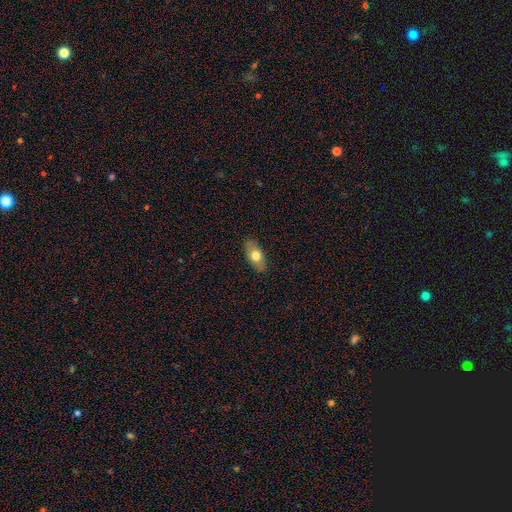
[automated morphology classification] This is likely a smooth galaxy (68%). How rounded: clearly in between (89%). Merging: clearly none (85%).